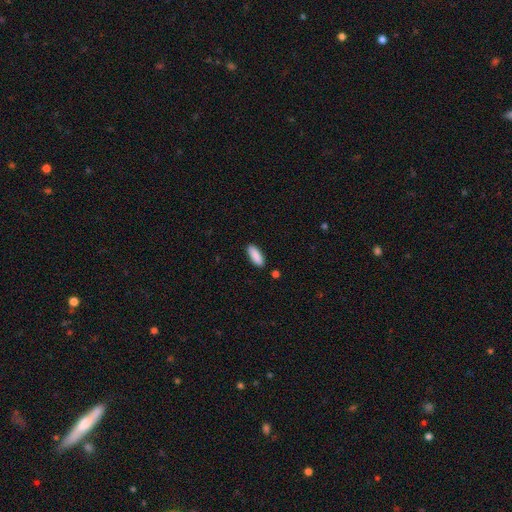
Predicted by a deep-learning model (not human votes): Smooth or featured? smooth (90%)
How rounded? in between (69%)
Merging? none (88%)